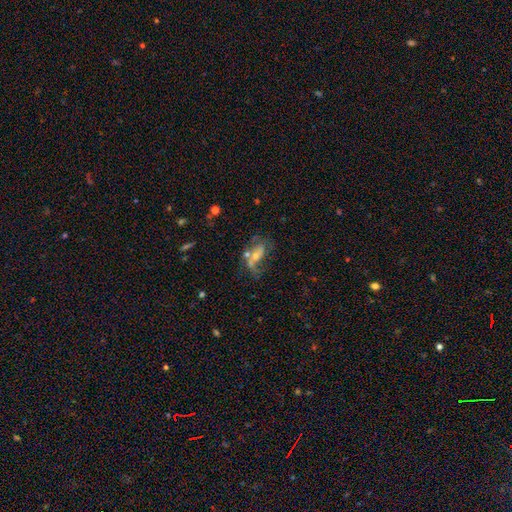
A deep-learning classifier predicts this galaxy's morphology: smooth_or_featured: featured or disk (p=0.58) [alt: smooth p=0.26]
disk_edge_on: no (p=0.89) [alt: yes p=0.11]
bar: no (p=0.60) [alt: weak p=0.29]
has_spiral_arms: yes (p=0.60) [alt: no p=0.40]
bulge_size: small (p=0.45) [alt: moderate p=0.38]
merging: none (p=0.32) [alt: major disturbance p=0.28]